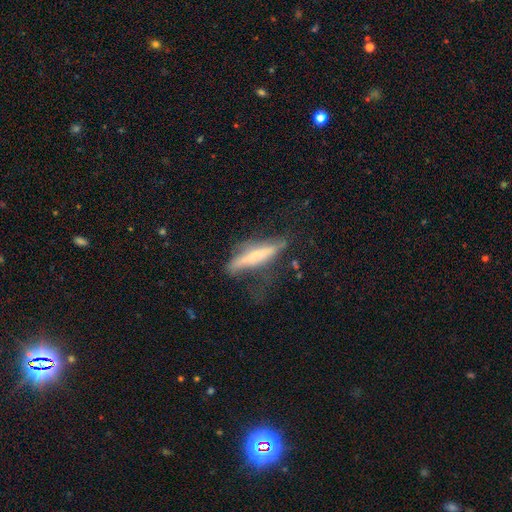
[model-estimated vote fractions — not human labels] Q: Smooth or featured?
A: smooth (47%); runner-up: featured or disk (45%)
Q: Merging?
A: none (46%); runner-up: minor disturbance (28%)